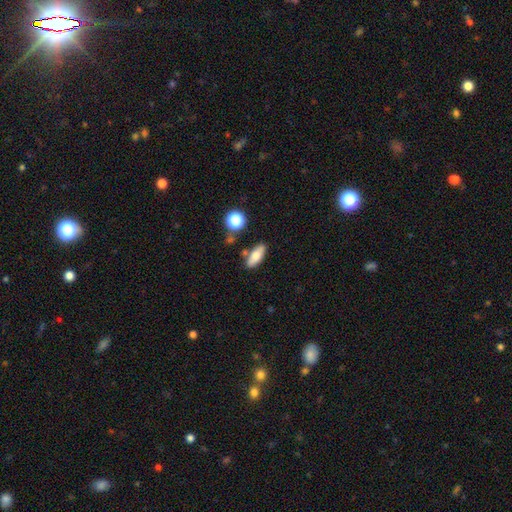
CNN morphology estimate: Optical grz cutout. It shows a smooth galaxy with no disk features (70%) that is in between round and cigar-shaped (72%). Merging: none (78%).